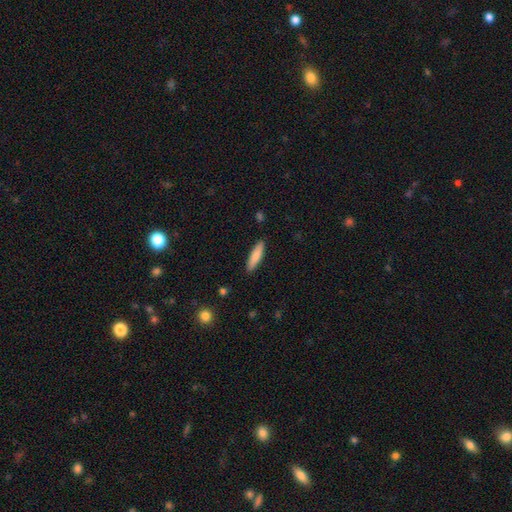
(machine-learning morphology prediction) Smooth or featured? Predicted: smooth (p=0.79). How rounded? Predicted: cigar-shaped (p=0.74). Merging? Predicted: none (p=0.89).